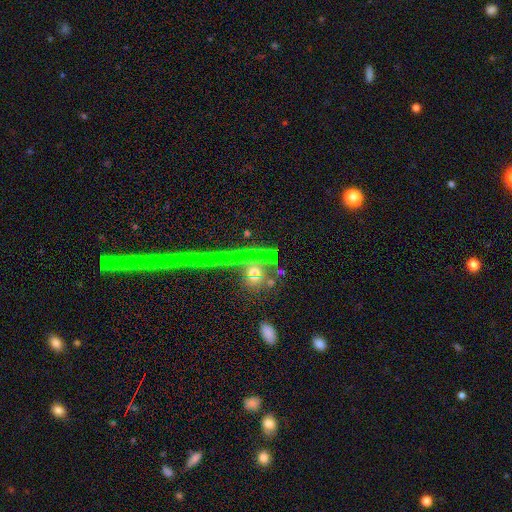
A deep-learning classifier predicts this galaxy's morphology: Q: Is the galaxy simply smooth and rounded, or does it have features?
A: star or artifact — 50%.